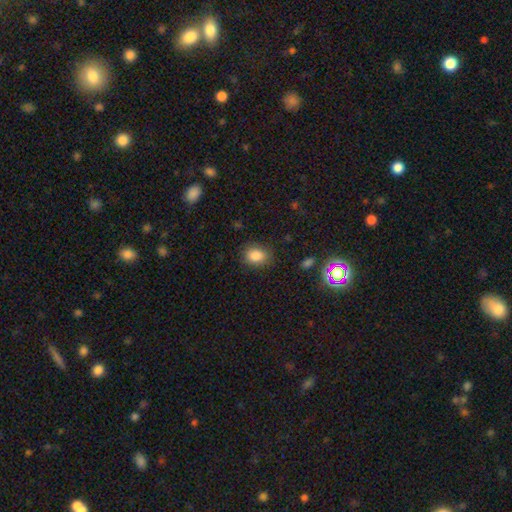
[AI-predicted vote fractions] Smooth or featured? Predicted: smooth (p=0.84). How rounded? Predicted: in between (p=0.57). Merging? Predicted: none (p=0.82).